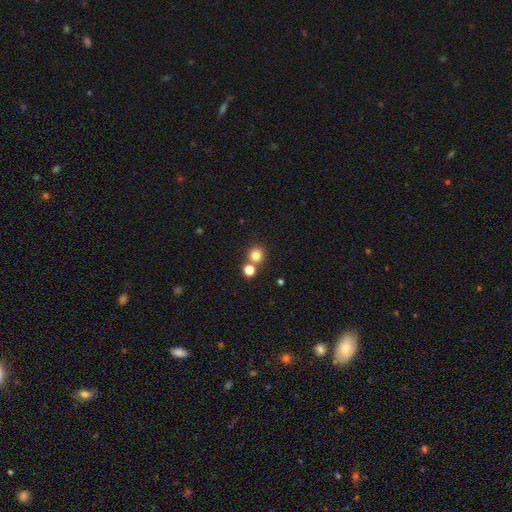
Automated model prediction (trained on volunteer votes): smooth-or-featured: smooth: 79% | star or artifact: 15% | featured or disk: 6%
  how-rounded: round: 91% | in between: 8% | cigar-shaped: 1%
  merging: none: 69% | merger: 22% | minor disturbance: 6% | major disturbance: 3%